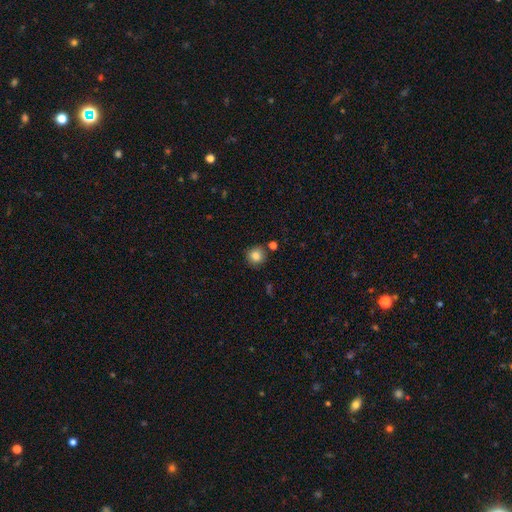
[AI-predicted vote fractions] A smooth galaxy with no disk features (84%) that is round (91%). Merging: none (83%).